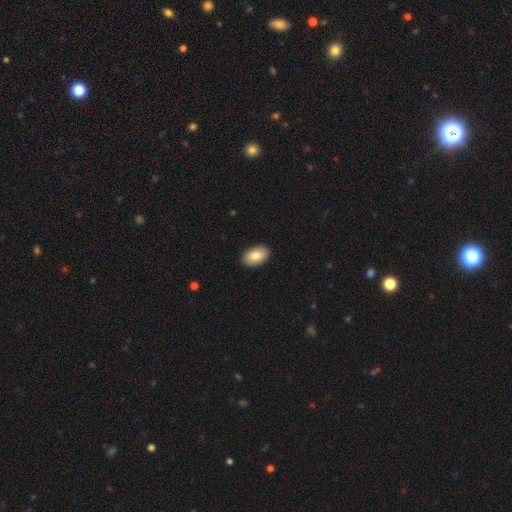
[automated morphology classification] smooth_or_featured: smooth (p=0.82) [alt: featured or disk p=0.12]
how_rounded: in between (p=0.93) [alt: round p=0.05]
merging: none (p=0.90) [alt: minor disturbance p=0.07]